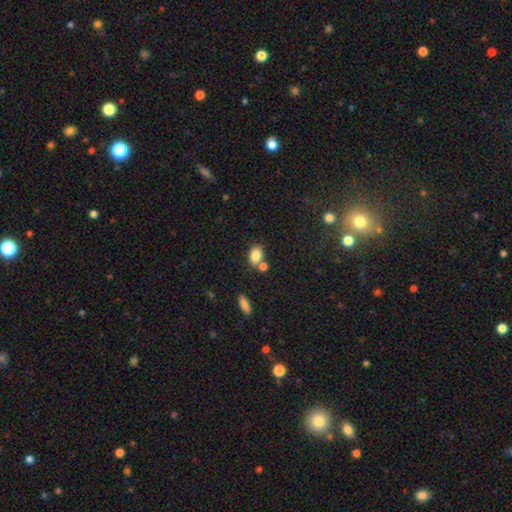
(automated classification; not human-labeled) This appears to be a smooth galaxy with no disk features (82%) that is in between round and cigar-shaped (81%). Merging: none (57%).